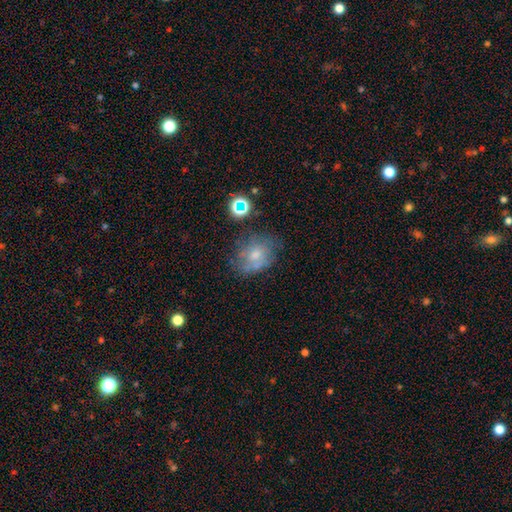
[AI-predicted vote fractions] The model was most divided on "how rounded": in between: 51%, round: 47%, cigar-shaped: 1%. More confident: merging — none (55%); smooth or featured — smooth (51%).